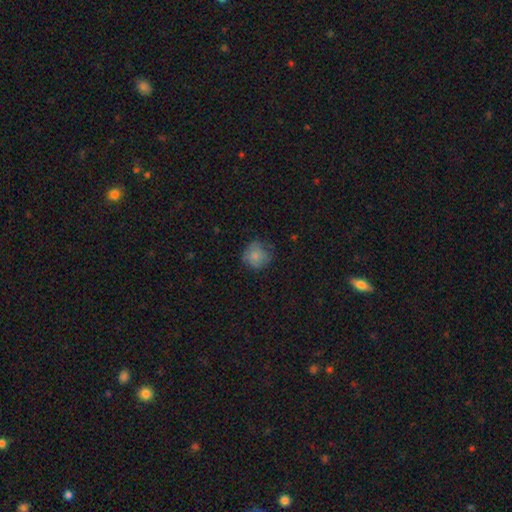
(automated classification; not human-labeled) A smooth galaxy with no disk features (74%) that is round (86%).

Vote fractions:
- Smooth or featured? smooth: 74% / featured or disk: 16% / star or artifact: 10%
- How rounded? round: 86% / in between: 13% / cigar-shaped: 1%
- Merging? none: 63% / minor disturbance: 26% / major disturbance: 10% / merger: 1%